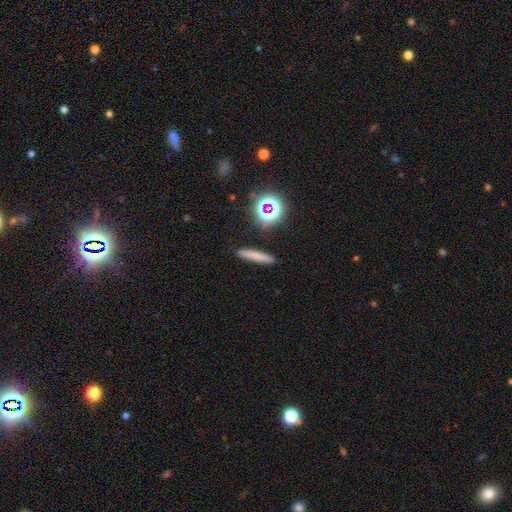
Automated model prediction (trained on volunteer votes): Q: Smooth or featured?
A: smooth (71%); runner-up: featured or disk (15%)
Q: How rounded?
A: cigar-shaped (90%); runner-up: in between (6%)
Q: Merging?
A: none (90%); runner-up: minor disturbance (7%)